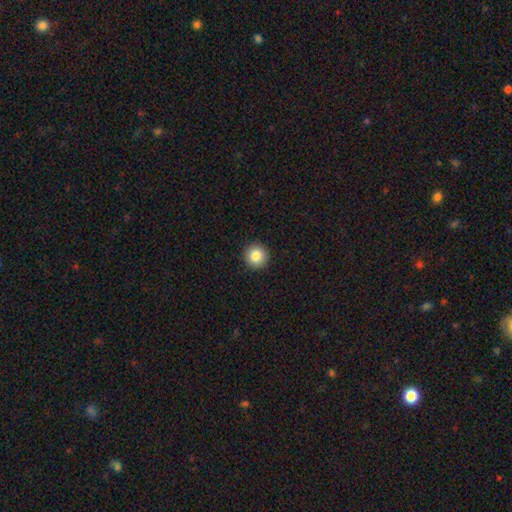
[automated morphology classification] A smooth galaxy with no disk features (85%) that is round (95%). Merging: none (93%).